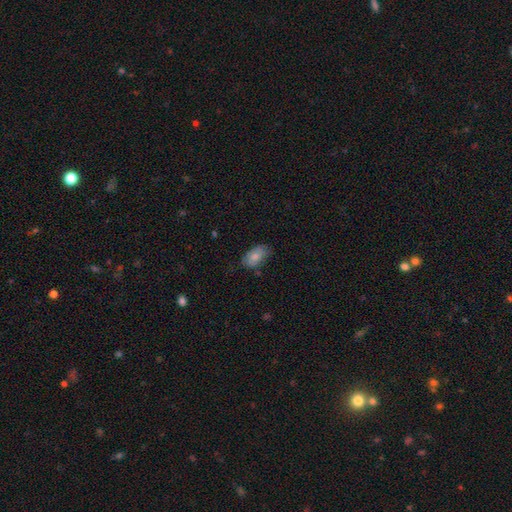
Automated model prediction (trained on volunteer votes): Morphology: type=smooth (75%); roundness=in between (92%); merging=none (70%).